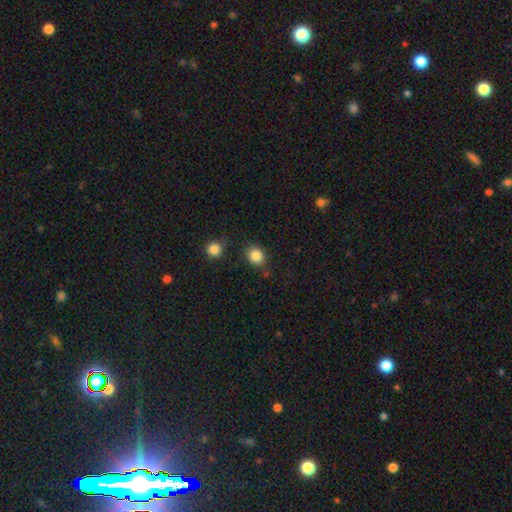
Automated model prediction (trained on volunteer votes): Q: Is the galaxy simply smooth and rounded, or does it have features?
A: smooth — 85%.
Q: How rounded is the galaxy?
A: round — 71%.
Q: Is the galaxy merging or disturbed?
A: none — 80%.